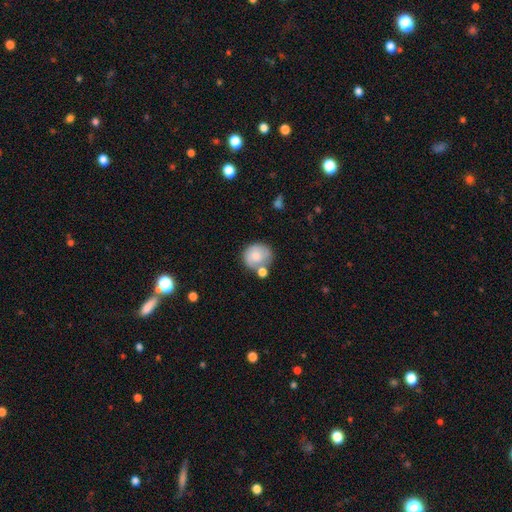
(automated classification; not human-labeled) Q: Smooth or featured?
A: smooth (74%); runner-up: featured or disk (18%)
Q: How rounded?
A: round (75%); runner-up: in between (24%)
Q: Merging?
A: none (49%); runner-up: merger (23%)